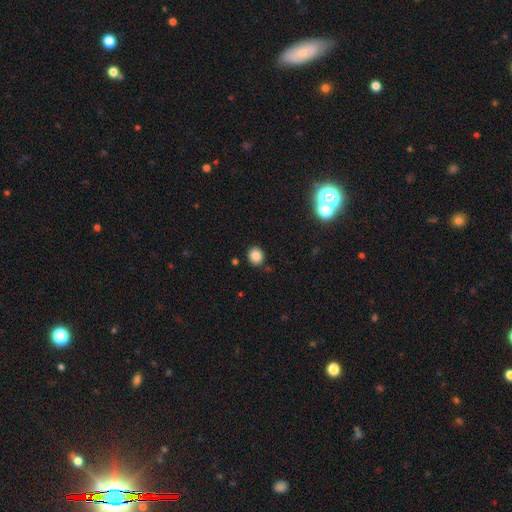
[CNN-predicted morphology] A smooth galaxy with no disk features (85%) that is round (73%).

Vote fractions:
- Smooth or featured? smooth: 85% / star or artifact: 11% / featured or disk: 4%
- How rounded? round: 73% / in between: 26% / cigar-shaped: 1%
- Merging? none: 87% / minor disturbance: 8% / merger: 2% / major disturbance: 2%